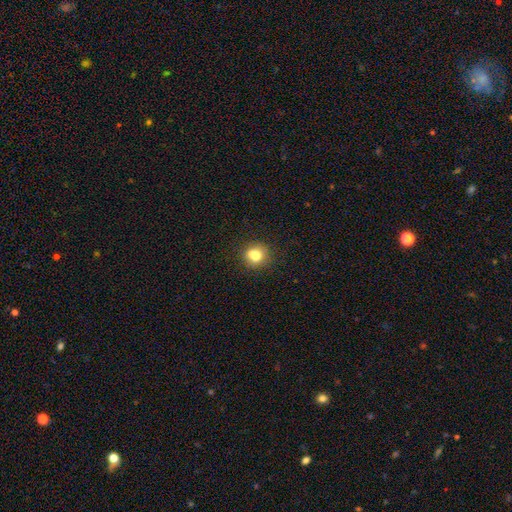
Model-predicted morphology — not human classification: smooth 78%, star or artifact 12%, featured or disk 10%. Down the decision tree: how rounded — round (78%); merging — none (74%).